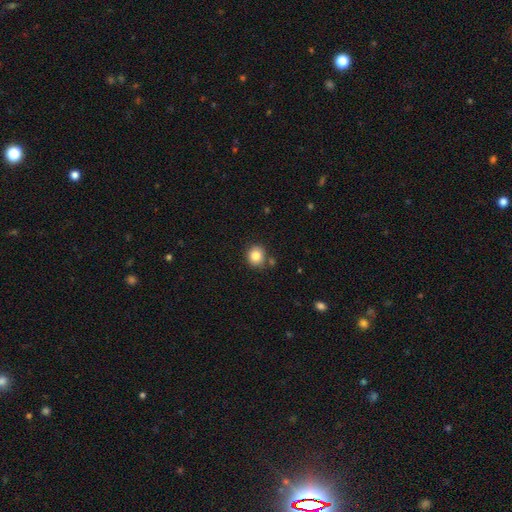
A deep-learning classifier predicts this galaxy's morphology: Smooth or featured: smooth — 84% (star or artifact — 10%)
How rounded: round — 86% (in between — 14%)
Merging: none — 79% (minor disturbance — 10%)